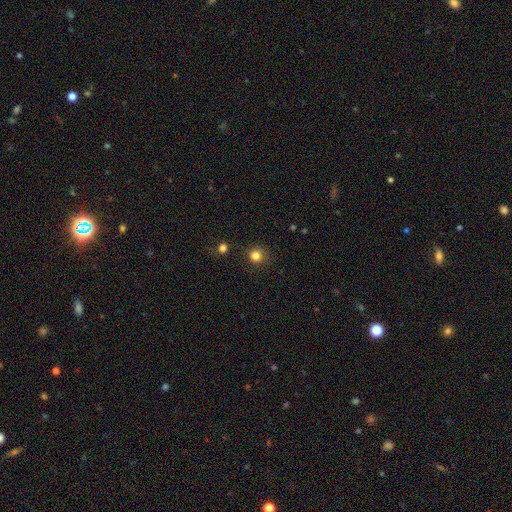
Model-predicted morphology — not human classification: Smooth or featured?
  - smooth: 81% *
  - star or artifact: 14%
  - featured or disk: 5%
How rounded?
  - round: 94% *
  - in between: 5%
  - cigar-shaped: 1%
Merging?
  - none: 88% *
  - minor disturbance: 7%
  - major disturbance: 3%
  - merger: 2%